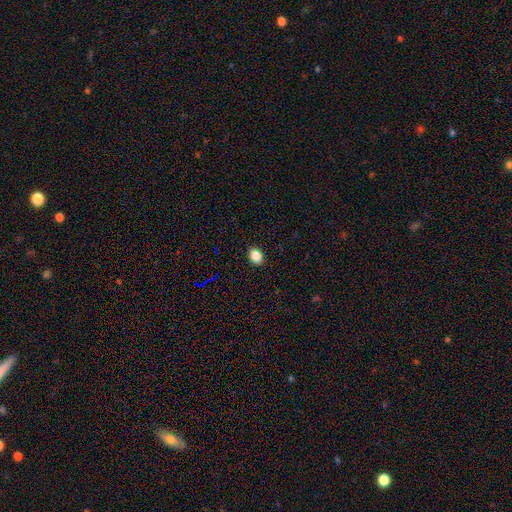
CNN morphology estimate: A smooth galaxy with no disk features (86%) that is in between round and cigar-shaped (66%). Merging: none (90%).